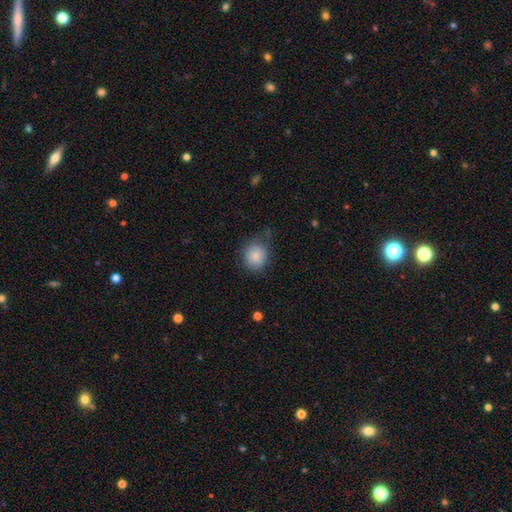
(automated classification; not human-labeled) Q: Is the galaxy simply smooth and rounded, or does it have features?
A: smooth — 85%.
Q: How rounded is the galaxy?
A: round — 75%.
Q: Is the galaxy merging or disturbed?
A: none — 63%.